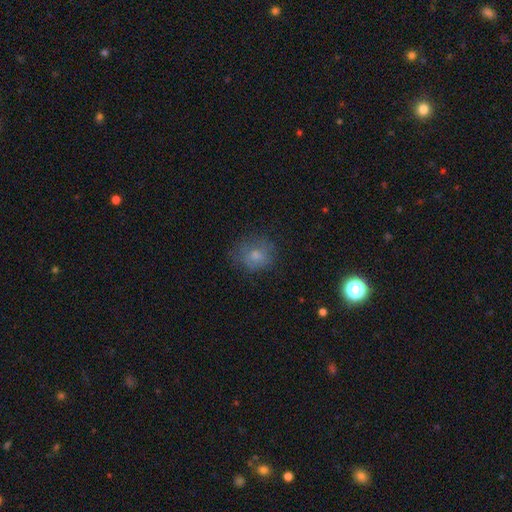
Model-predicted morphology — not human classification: smooth_or_featured: smooth (p=0.68) [alt: featured or disk p=0.20]
how_rounded: round (p=0.75) [alt: in between p=0.24]
merging: none (p=0.68) [alt: minor disturbance p=0.20]